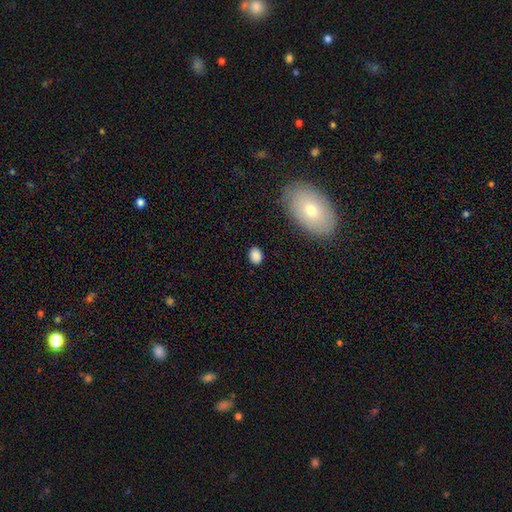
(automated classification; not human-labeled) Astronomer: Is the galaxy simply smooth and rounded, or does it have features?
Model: smooth — 86%.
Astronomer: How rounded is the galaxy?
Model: in between — 70%.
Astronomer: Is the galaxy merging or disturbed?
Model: none — 85%.